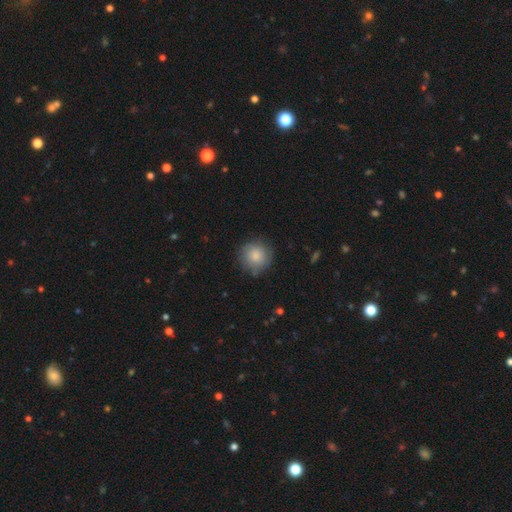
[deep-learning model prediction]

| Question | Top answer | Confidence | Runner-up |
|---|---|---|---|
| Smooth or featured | smooth | 80% | featured or disk (13%) |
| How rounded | round | 93% | in between (6%) |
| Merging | none | 80% | minor disturbance (14%) |